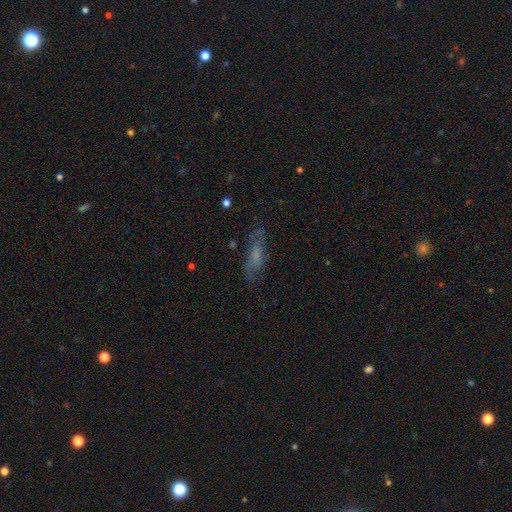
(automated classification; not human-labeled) A smooth galaxy with no disk features (45%, tied with featured or disk).

Vote fractions:
- Smooth or featured? smooth: 45% (tied) / featured or disk: 45% (tied) / star or artifact: 10%
- Merging? none: 70% / minor disturbance: 20% / major disturbance: 9% / merger: 2%